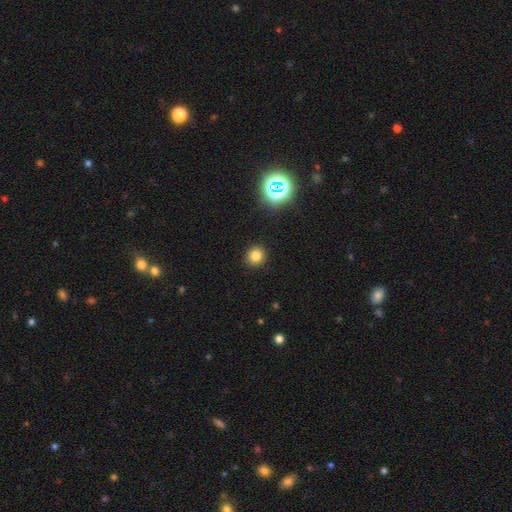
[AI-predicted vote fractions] This appears to be a smooth galaxy with no disk features (79%) that is round (89%). Merging: none (91%).